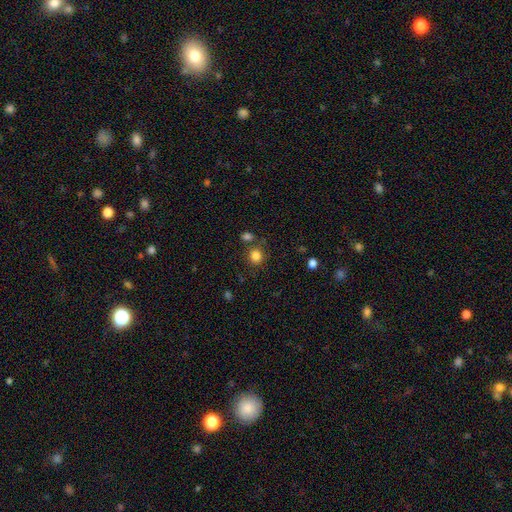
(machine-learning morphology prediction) A smooth galaxy with no disk features (83%) that is round (85%). Merging: none (77%).